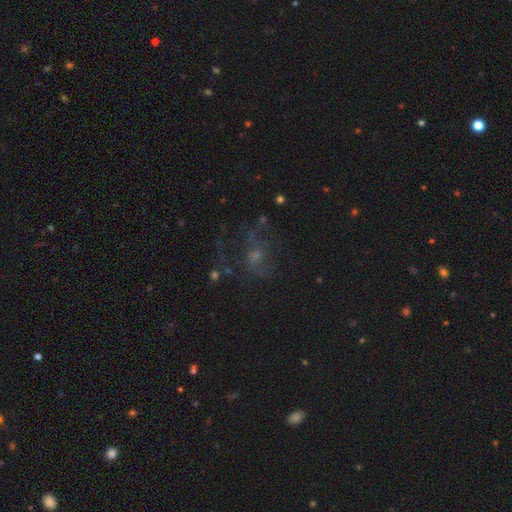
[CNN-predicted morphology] type=featured or disk (41%); merging=none (49%).